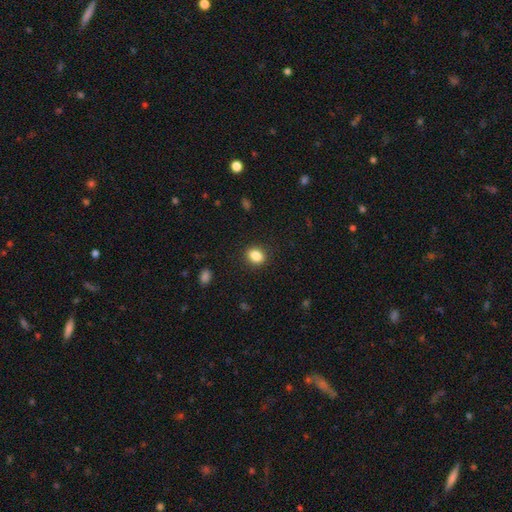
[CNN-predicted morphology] Smooth or featured? Predicted: smooth (p=0.85). How rounded? Predicted: in between (p=0.56). Merging? Predicted: none (p=0.88).